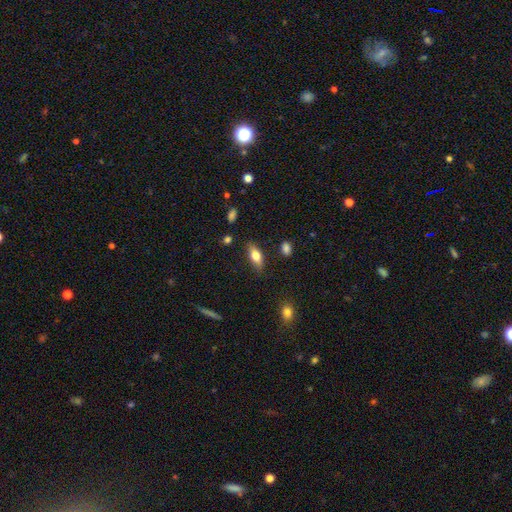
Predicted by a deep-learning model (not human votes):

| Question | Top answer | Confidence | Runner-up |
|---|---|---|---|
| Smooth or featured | smooth | 69% | featured or disk (23%) |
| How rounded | in between | 76% | cigar-shaped (20%) |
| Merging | none | 81% | minor disturbance (14%) |